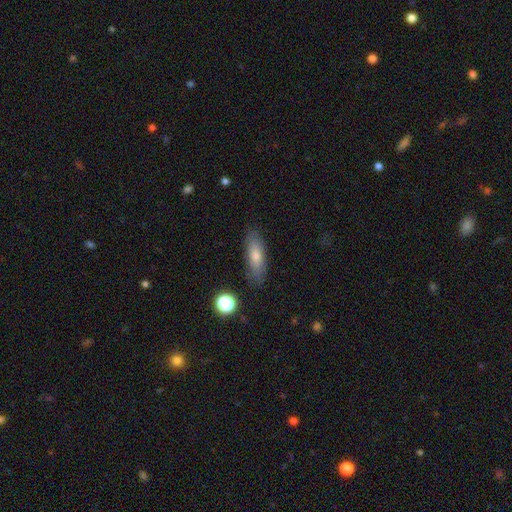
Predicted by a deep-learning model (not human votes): A smooth galaxy with no disk features (68%) that is cigar-shaped (51%). Merging: none (85%).